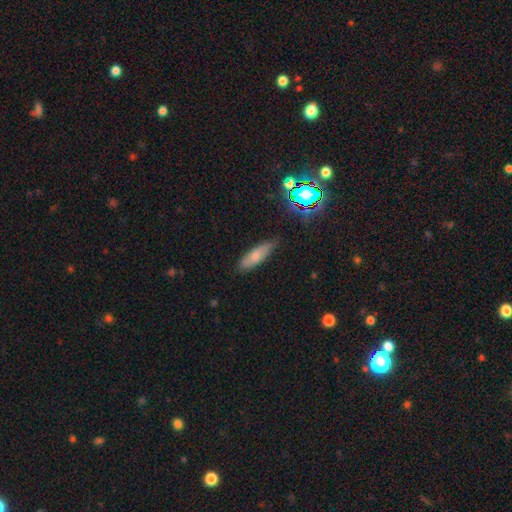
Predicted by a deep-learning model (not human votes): The model was most divided on "how rounded": cigar-shaped: 51%, in between: 47%, round: 2%. More confident: merging — none (80%); smooth or featured — smooth (71%).